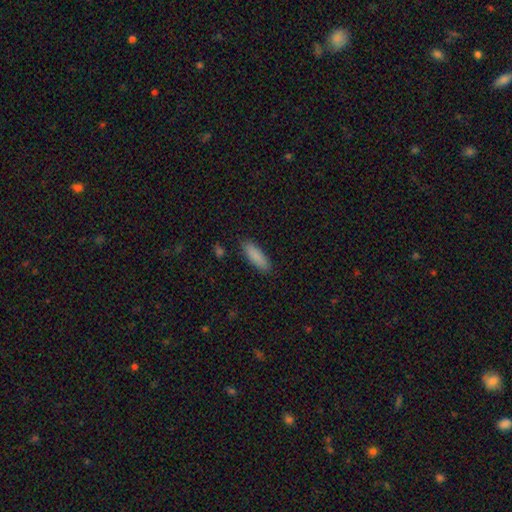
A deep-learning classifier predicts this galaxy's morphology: A smooth galaxy with no disk features (88%) that is in between round and cigar-shaped (50%). Merging: none (87%).